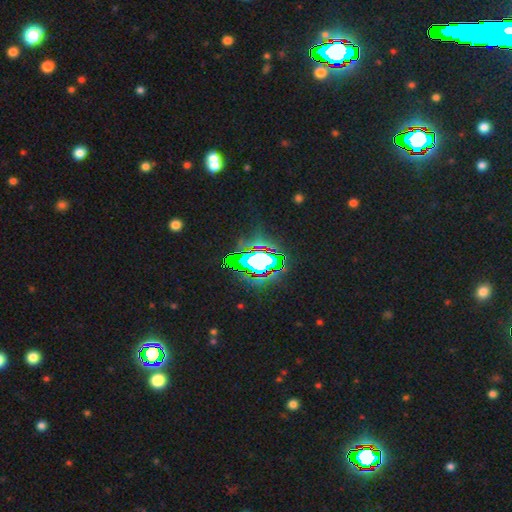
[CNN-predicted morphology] The model was most divided on "smooth or featured": star or artifact: 65%, smooth: 19%, featured or disk: 16%.